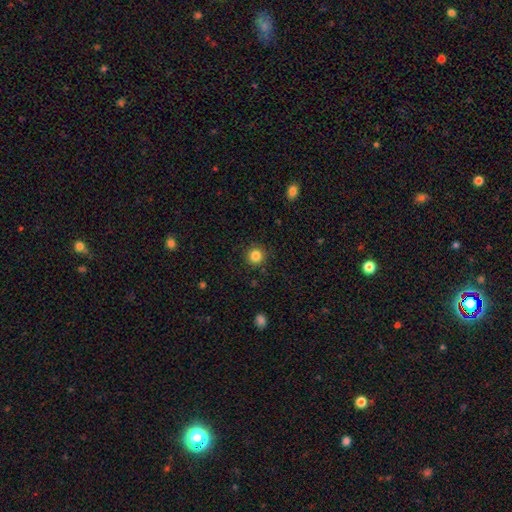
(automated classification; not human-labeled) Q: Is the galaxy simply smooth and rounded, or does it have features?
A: smooth — 84%.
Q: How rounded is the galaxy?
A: round — 94%.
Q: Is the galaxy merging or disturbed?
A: none — 90%.